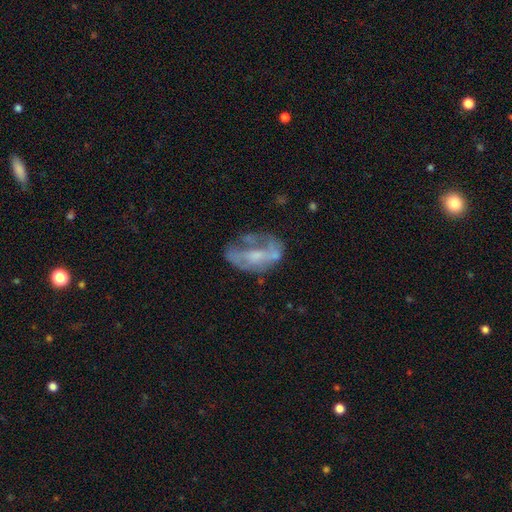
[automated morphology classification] smooth_or_featured: featured or disk (p=0.61) [alt: smooth p=0.29]
disk_edge_on: no (p=0.95) [alt: yes p=0.05]
bar: no (p=0.66) [alt: weak p=0.25]
has_spiral_arms: no (p=0.71) [alt: yes p=0.29]
bulge_size: moderate (p=0.32) [alt: small p=0.31]
merging: none (p=0.39) [alt: major disturbance p=0.29]